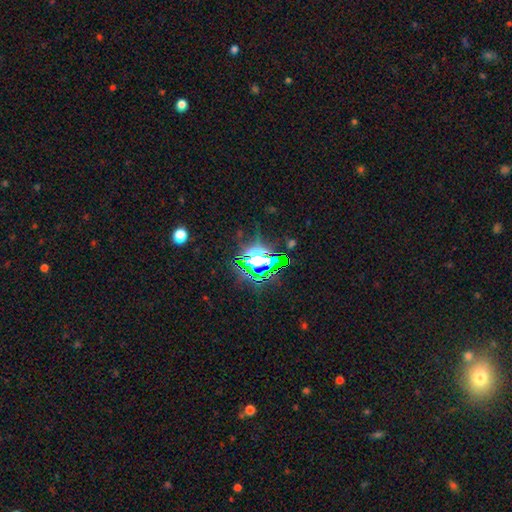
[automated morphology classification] type=star or artifact (80%).